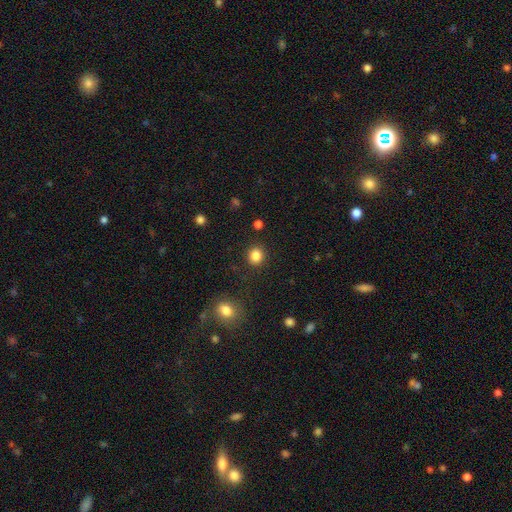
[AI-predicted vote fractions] The model was most divided on "how rounded": round: 85%, in between: 14%, cigar-shaped: 1%. More confident: merging — none (90%); smooth or featured — smooth (85%).